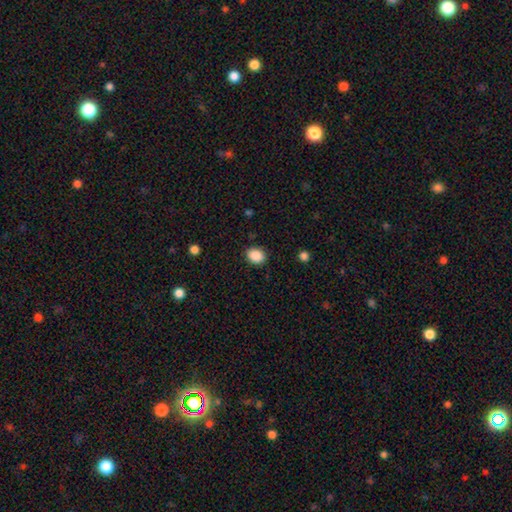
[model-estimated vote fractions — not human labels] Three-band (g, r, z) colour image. It shows a smooth galaxy with no disk features (89%) that is in between round and cigar-shaped (53%). Merging: none (88%).